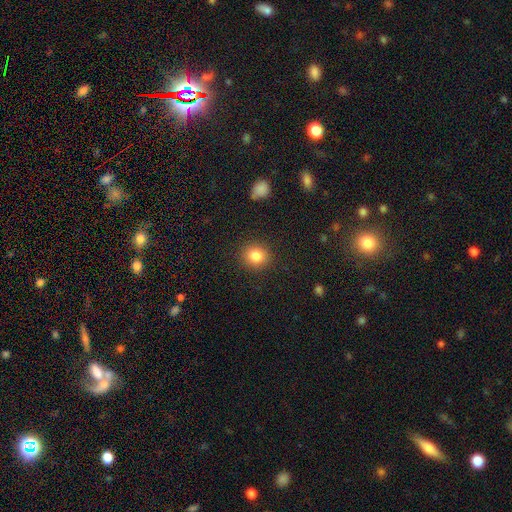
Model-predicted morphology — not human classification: smooth 84%, star or artifact 10%, featured or disk 6%. Down the decision tree: how rounded — round (80%); merging — none (89%).